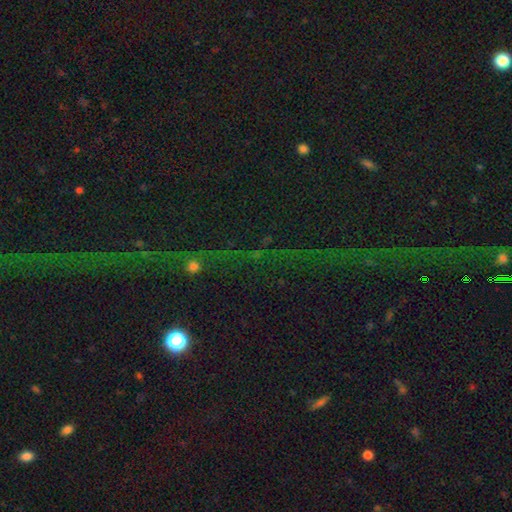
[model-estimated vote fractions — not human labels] smooth-or-featured: star or artifact: 78% | featured or disk: 12% | smooth: 10%